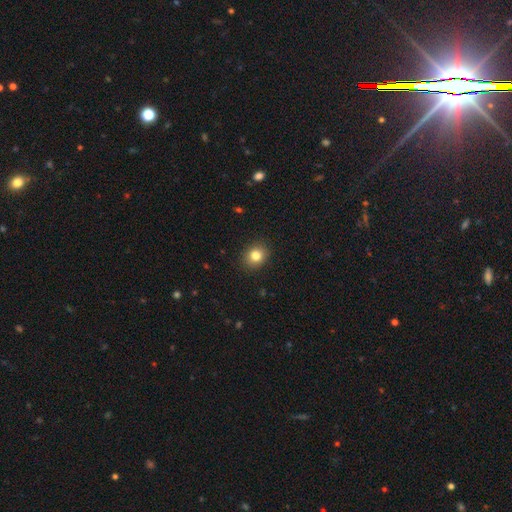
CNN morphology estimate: This appears to be a smooth galaxy with no disk features (82%) that is round (65%). Merging: none (89%).